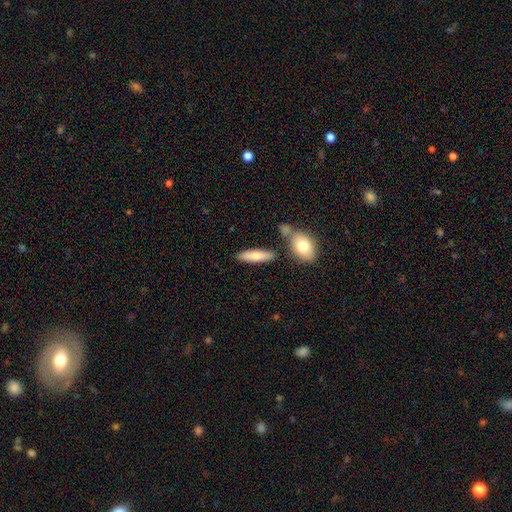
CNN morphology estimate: smooth 72%, featured or disk 22%, star or artifact 6%. Down the decision tree: how rounded — cigar-shaped (60%); merging — none (75%).